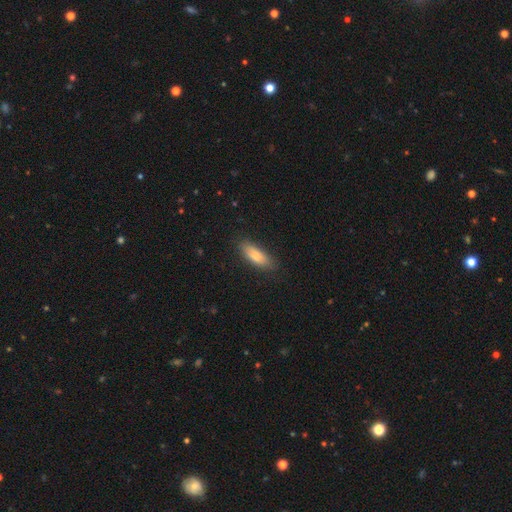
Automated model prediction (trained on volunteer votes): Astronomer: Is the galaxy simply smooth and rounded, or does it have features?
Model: smooth — 84%.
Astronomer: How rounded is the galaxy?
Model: in between — 65%.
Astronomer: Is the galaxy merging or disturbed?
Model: none — 79%.